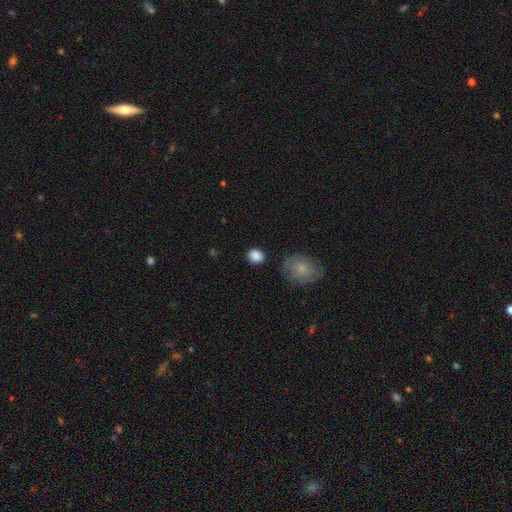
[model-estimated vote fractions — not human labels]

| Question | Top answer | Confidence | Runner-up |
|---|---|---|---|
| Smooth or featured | smooth | 87% | star or artifact (8%) |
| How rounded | round | 62% | in between (37%) |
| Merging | none | 82% | minor disturbance (11%) |